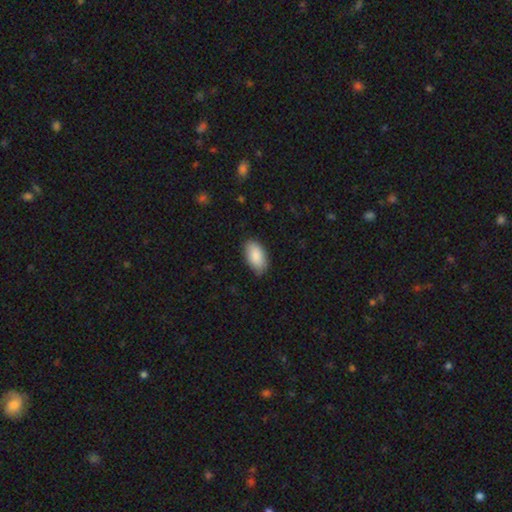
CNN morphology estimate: smooth 88%, featured or disk 6%, star or artifact 6%. Down the decision tree: how rounded — in between (95%); merging — none (82%).